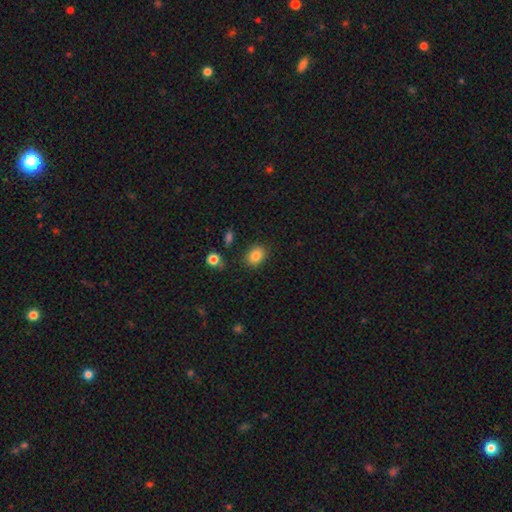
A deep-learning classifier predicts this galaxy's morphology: This is clearly a smooth galaxy (84%). How rounded: possibly in between (60%). Merging: clearly none (84%).